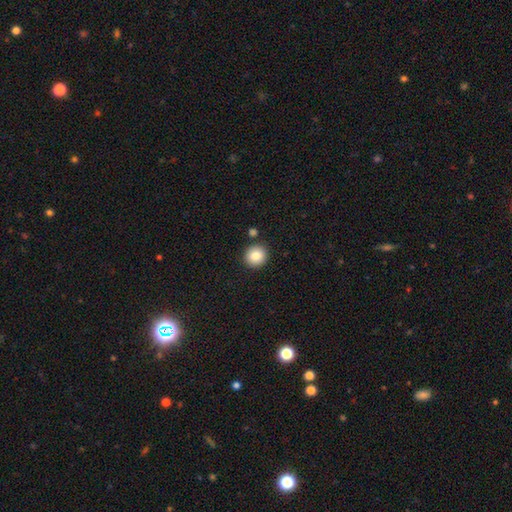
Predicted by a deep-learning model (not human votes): smooth_or_featured: smooth (p=0.84) [alt: star or artifact p=0.09]
how_rounded: round (p=0.91) [alt: in between p=0.08]
merging: none (p=0.87) [alt: minor disturbance p=0.06]